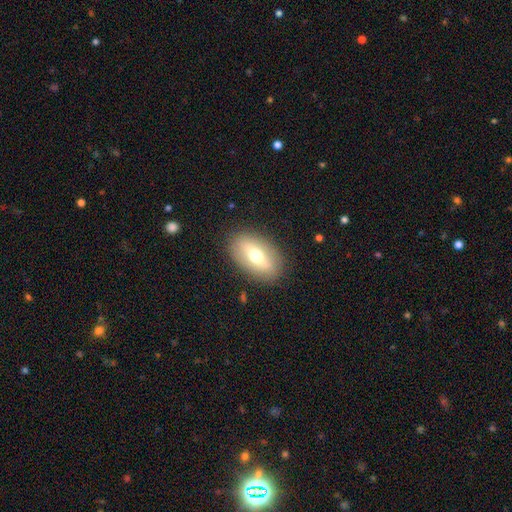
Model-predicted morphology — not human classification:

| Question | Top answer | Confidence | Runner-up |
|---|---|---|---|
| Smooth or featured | smooth | 56% | featured or disk (36%) |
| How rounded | in between | 86% | round (9%) |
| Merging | none | 86% | minor disturbance (9%) |